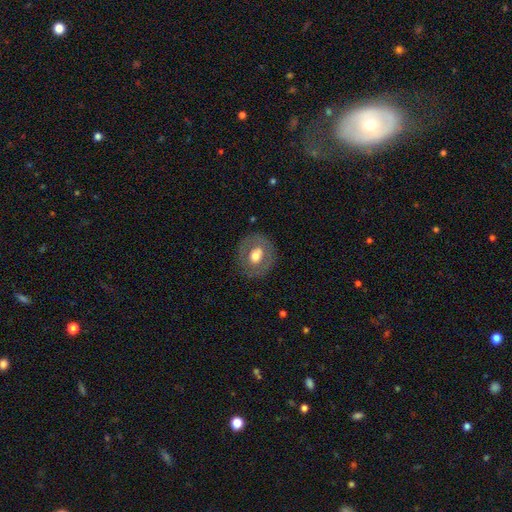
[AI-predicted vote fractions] This appears to be a smooth galaxy with no disk features (50%). Merging: none (81%).